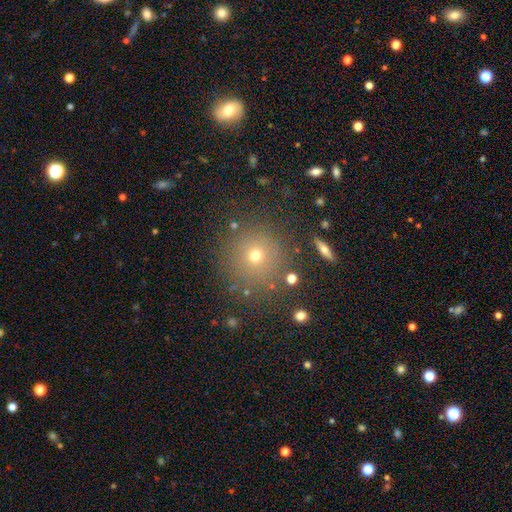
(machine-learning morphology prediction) Q: Smooth or featured?
A: smooth (67%); runner-up: star or artifact (20%)
Q: How rounded?
A: round (94%); runner-up: in between (5%)
Q: Merging?
A: none (84%); runner-up: minor disturbance (9%)